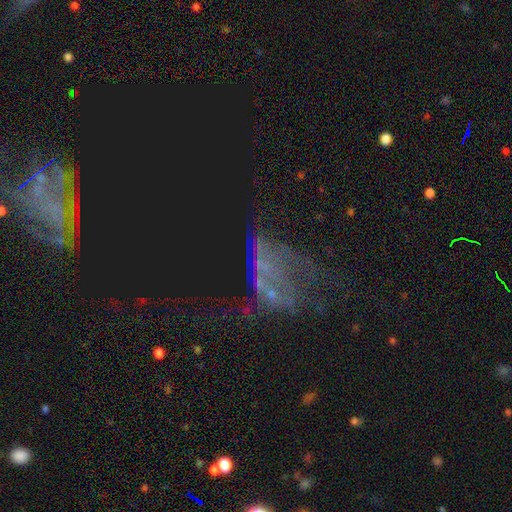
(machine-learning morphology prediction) A featured or disk galaxy (45%).

Vote fractions:
- Smooth or featured? featured or disk: 45% / star or artifact: 36% / smooth: 18%
- Merging? major disturbance: 42% / none: 30% / minor disturbance: 15% / merger: 14%